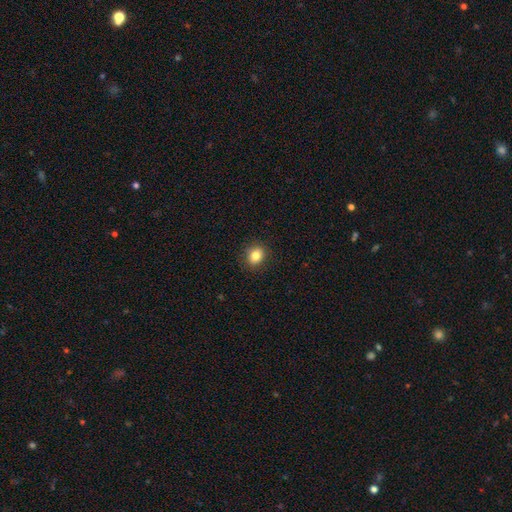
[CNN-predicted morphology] Smooth or featured? Predicted: smooth (p=0.83). How rounded? Predicted: round (p=0.60). Merging? Predicted: none (p=0.89).